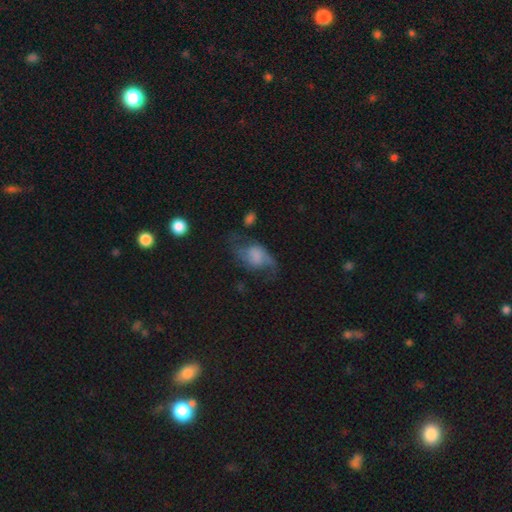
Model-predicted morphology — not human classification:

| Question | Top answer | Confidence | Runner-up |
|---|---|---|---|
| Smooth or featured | featured or disk | 54% | smooth (36%) |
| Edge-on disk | no | 96% | yes (4%) |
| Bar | no | 64% | weak (29%) |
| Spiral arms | yes | 80% | no (20%) |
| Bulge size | none | 40% | large (24%) |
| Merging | none | 44% | major disturbance (28%) |